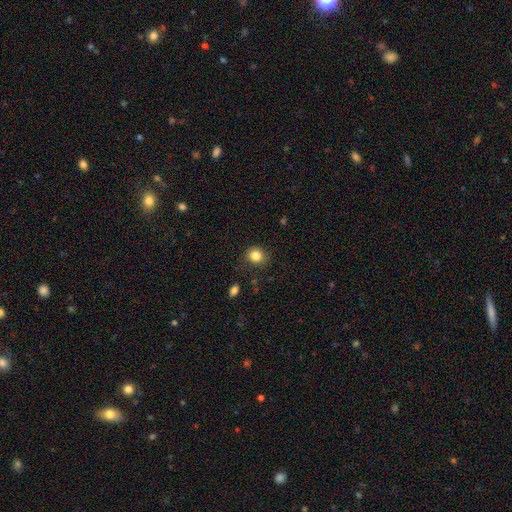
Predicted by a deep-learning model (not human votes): A smooth galaxy with no disk features (84%) that is round (81%).

Vote fractions:
- Smooth or featured? smooth: 84% / star or artifact: 11% / featured or disk: 5%
- How rounded? round: 81% / in between: 18% / cigar-shaped: 1%
- Merging? none: 83% / minor disturbance: 12% / major disturbance: 3% / merger: 1%